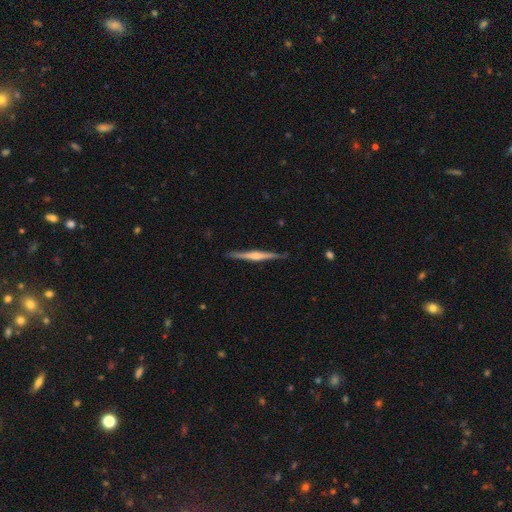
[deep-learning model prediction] smooth-or-featured: featured or disk: 76% | smooth: 19% | star or artifact: 5%
  disk-edge-on: yes: 98% | no: 2%
    edge-on-bulge: rounded: 76% | boxy: 13% | none: 11%
  merging: none: 89% | minor disturbance: 8% | major disturbance: 1% | merger: 1%